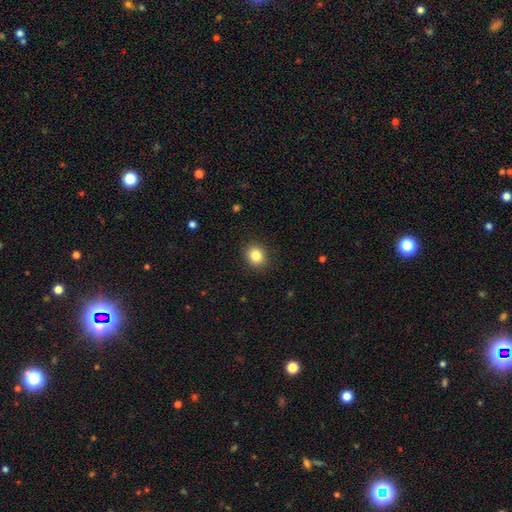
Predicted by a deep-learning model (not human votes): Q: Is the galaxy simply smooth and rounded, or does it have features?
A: smooth — 84%.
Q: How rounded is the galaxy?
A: round — 69%.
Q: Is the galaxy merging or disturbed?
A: none — 89%.